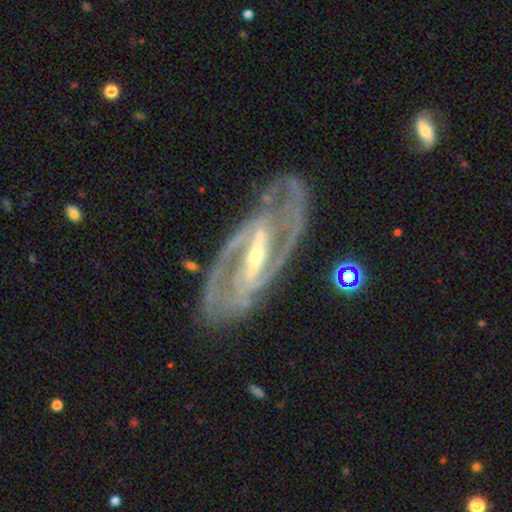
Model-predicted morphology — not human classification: Smooth or featured? Predicted: featured or disk (p=0.92). Edge-on disk? Predicted: no (p=0.94). Bar? Predicted: strong (p=0.74). Spiral arms? Predicted: yes (p=0.98). Spiral winding? Predicted: medium (p=0.51). Spiral arm count? Predicted: 2 (p=0.88). Bulge size? Predicted: small (p=0.73). Merging? Predicted: none (p=0.78).